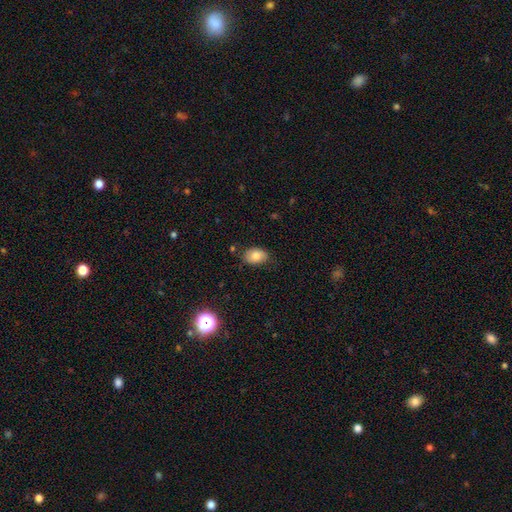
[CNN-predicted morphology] smooth 78%, featured or disk 13%, star or artifact 9%. Down the decision tree: how rounded — in between (85%); merging — none (78%).